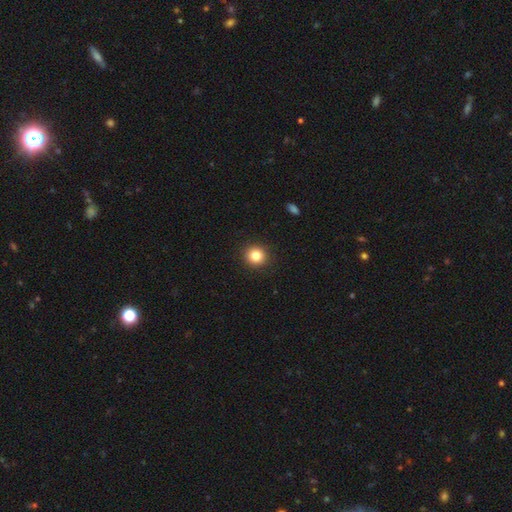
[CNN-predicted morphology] This is clearly a smooth galaxy (83%). How rounded: clearly round (91%). Merging: clearly none (92%).